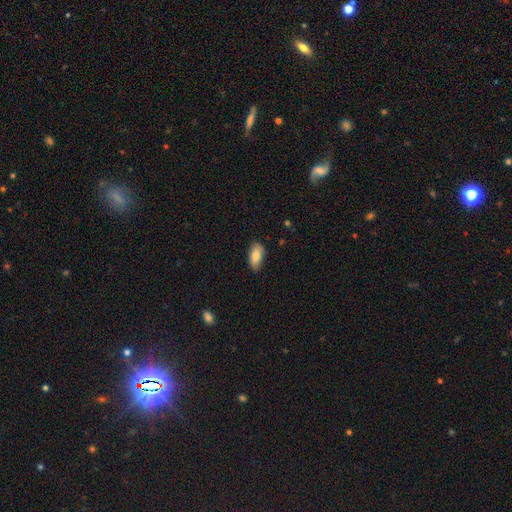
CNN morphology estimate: A smooth galaxy with no disk features (82%) that is in between round and cigar-shaped (91%).

Vote fractions:
- Smooth or featured? smooth: 82% / featured or disk: 12% / star or artifact: 7%
- How rounded? in between: 91% / cigar-shaped: 7% / round: 3%
- Merging? none: 81% / minor disturbance: 16% / major disturbance: 2% / merger: 1%